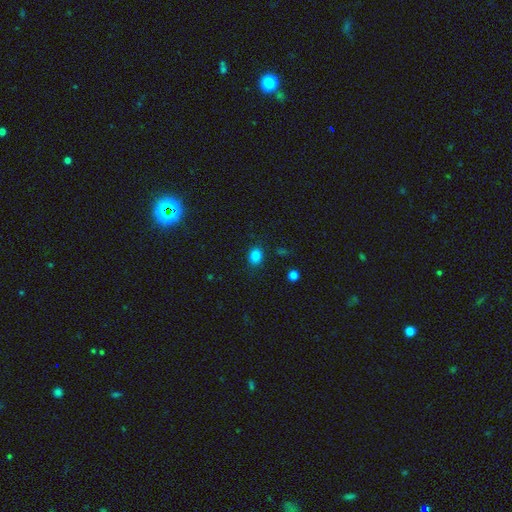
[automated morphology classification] Smooth or featured?
  - smooth: 85% *
  - star or artifact: 11%
  - featured or disk: 4%
How rounded?
  - in between: 50% *
  - round: 49%
  - cigar-shaped: 1%
Merging?
  - none: 85% *
  - minor disturbance: 10%
  - major disturbance: 3%
  - merger: 2%